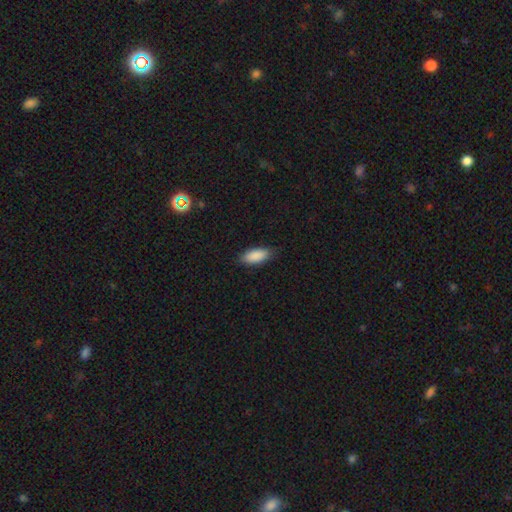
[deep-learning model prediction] This is clearly a smooth galaxy (90%). How rounded: clearly in between (87%). Merging: clearly none (85%).